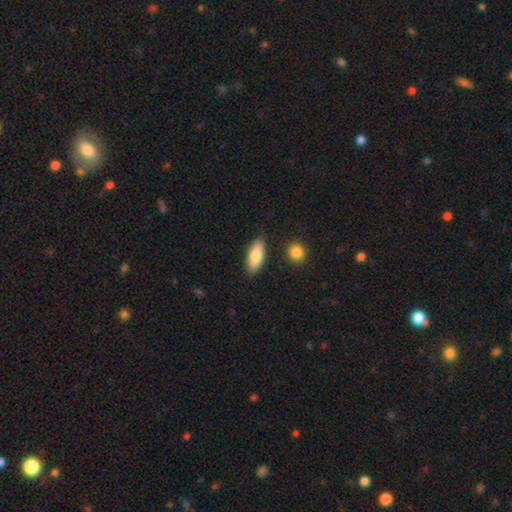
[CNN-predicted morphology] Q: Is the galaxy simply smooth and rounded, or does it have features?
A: smooth — 79%.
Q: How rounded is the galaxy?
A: in between — 76%.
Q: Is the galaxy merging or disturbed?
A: none — 84%.